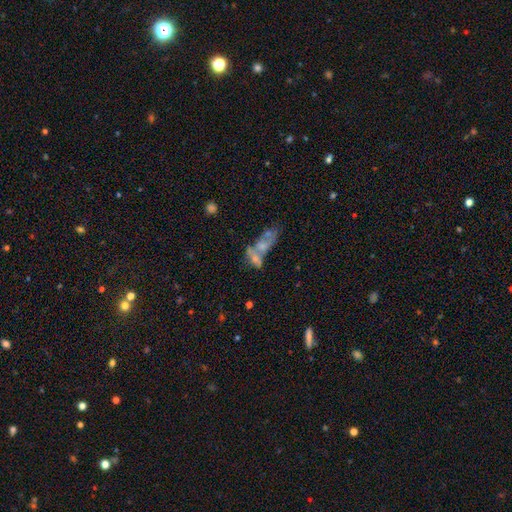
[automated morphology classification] Smooth or featured?
  - smooth: 49% *
  - featured or disk: 38%
  - star or artifact: 13%
Merging?
  - merger: 65% *
  - none: 16%
  - major disturbance: 11%
  - minor disturbance: 8%